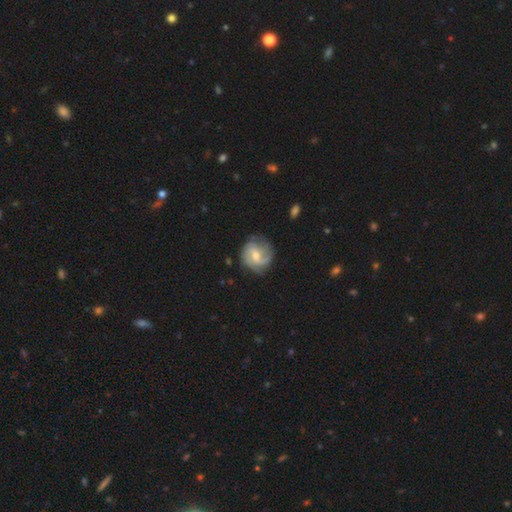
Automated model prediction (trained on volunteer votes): Smooth or featured: featured or disk — 82% (smooth — 13%)
Edge-on disk: no — 98% (yes — 2%)
Bar: weak — 54% (no — 35%)
Spiral arms: yes — 96% (no — 4%)
Spiral winding: medium — 44% (tight — 39%)
Spiral arm count: 2 — 43% (3 — 26%)
Bulge size: moderate — 52% (small — 41%)
Merging: none — 74% (minor disturbance — 18%)